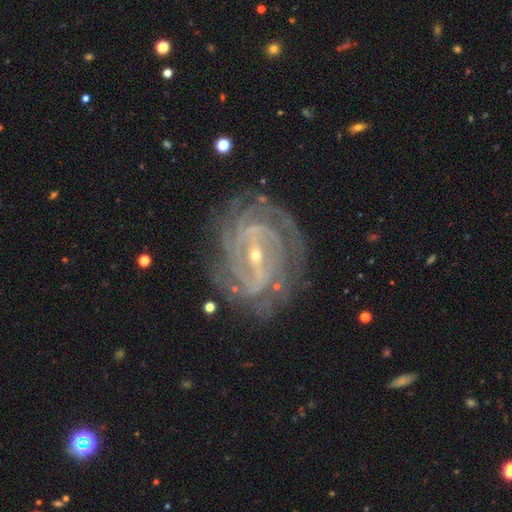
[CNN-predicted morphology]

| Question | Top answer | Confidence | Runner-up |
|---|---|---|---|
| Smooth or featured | featured or disk | 91% | star or artifact (5%) |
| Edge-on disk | no | 97% | yes (3%) |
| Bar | strong | 49% | weak (36%) |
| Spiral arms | yes | 98% | no (2%) |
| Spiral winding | tight | 71% | medium (25%) |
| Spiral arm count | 4 | 29% | 3 (21%) |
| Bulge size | small | 81% | moderate (16%) |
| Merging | none | 74% | minor disturbance (17%) |